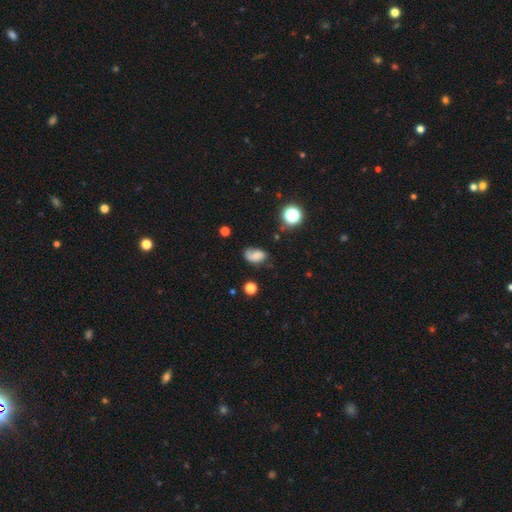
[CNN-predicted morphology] A smooth galaxy with no disk features (62%) that is in between round and cigar-shaped (83%). Merging: none (50%).